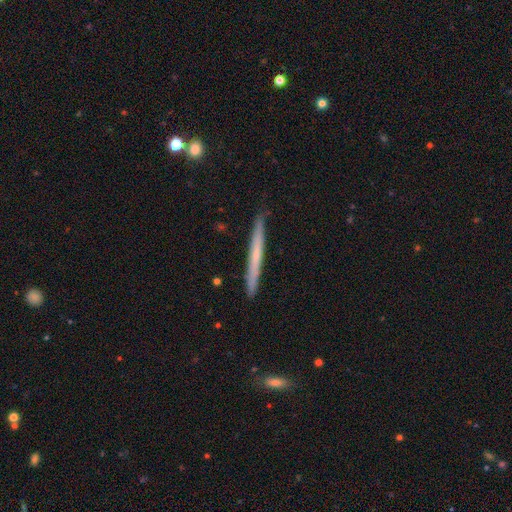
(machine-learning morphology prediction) smooth 48%, featured or disk 46%, star or artifact 6%. Down the decision tree: merging — none (90%).